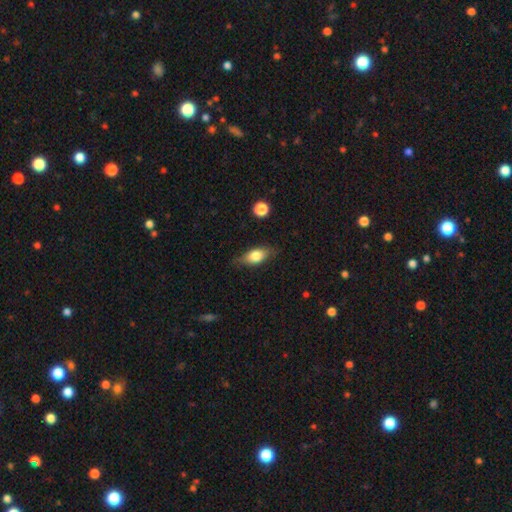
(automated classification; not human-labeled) Smooth or featured?
  - smooth: 70% *
  - featured or disk: 23%
  - star or artifact: 7%
How rounded?
  - in between: 79% *
  - cigar-shaped: 12%
  - round: 8%
Merging?
  - none: 75% *
  - minor disturbance: 19%
  - major disturbance: 4%
  - merger: 1%